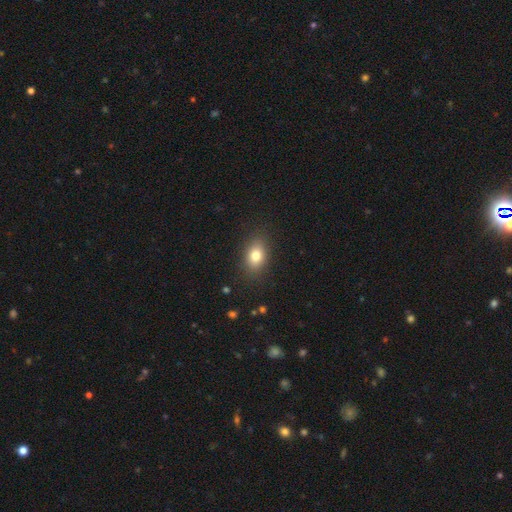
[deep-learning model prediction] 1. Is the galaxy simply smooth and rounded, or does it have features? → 79% smooth, 10% star or artifact, 10% featured or disk.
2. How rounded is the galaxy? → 77% in between, 21% round, 2% cigar-shaped.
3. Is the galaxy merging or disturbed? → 85% none, 10% minor disturbance, 3% major disturbance, 1% merger.